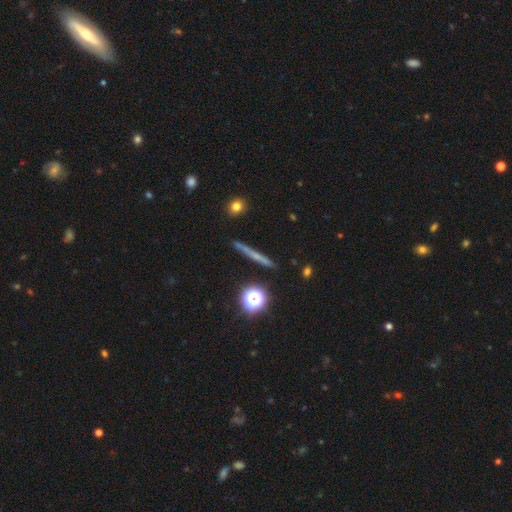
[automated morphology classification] Smooth or featured: smooth — 44% (featured or disk — 43%)
Merging: none — 88% (minor disturbance — 8%)